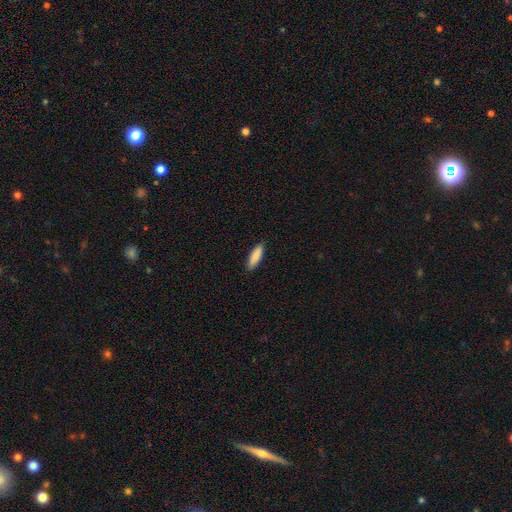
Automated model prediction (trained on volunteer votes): Overall: smooth (89%). How rounded: in between (53%; cigar-shaped 46%). Merging: none (87%).